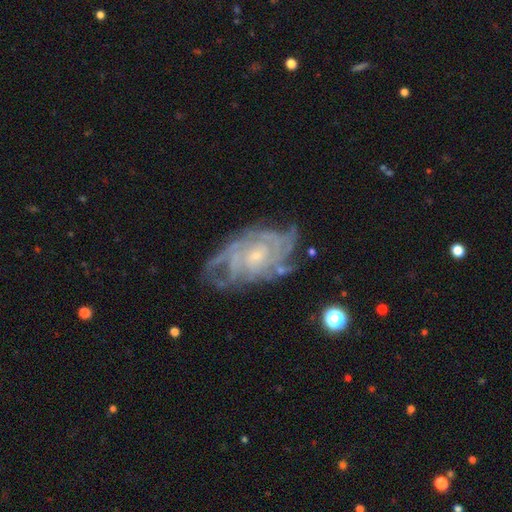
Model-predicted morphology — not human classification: smooth_or_featured: featured or disk (p=0.86) [alt: smooth p=0.07]
disk_edge_on: no (p=0.96) [alt: yes p=0.04]
bar: no (p=0.70) [alt: weak p=0.24]
has_spiral_arms: yes (p=0.94) [alt: no p=0.06]
spiral_winding: tight (p=0.66) [alt: medium p=0.28]
spiral_arm_count: can't tell (p=0.40) [alt: 4 p=0.18]
bulge_size: small (p=0.72) [alt: moderate p=0.22]
merging: none (p=0.65) [alt: minor disturbance p=0.22]